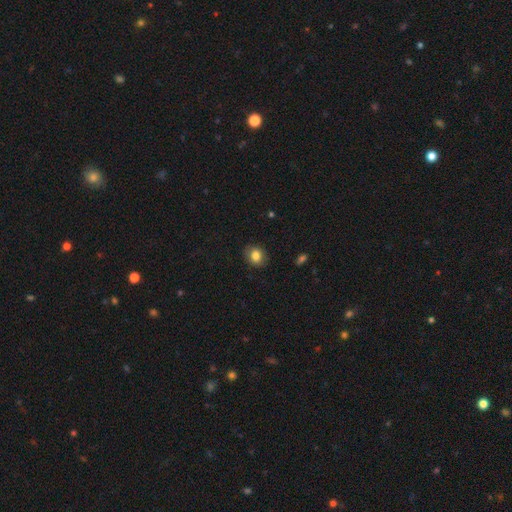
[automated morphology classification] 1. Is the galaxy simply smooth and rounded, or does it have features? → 83% smooth, 9% star or artifact, 8% featured or disk.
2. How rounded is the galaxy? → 60% round, 39% in between, 1% cigar-shaped.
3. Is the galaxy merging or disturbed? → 85% none, 11% minor disturbance, 3% major disturbance, 1% merger.